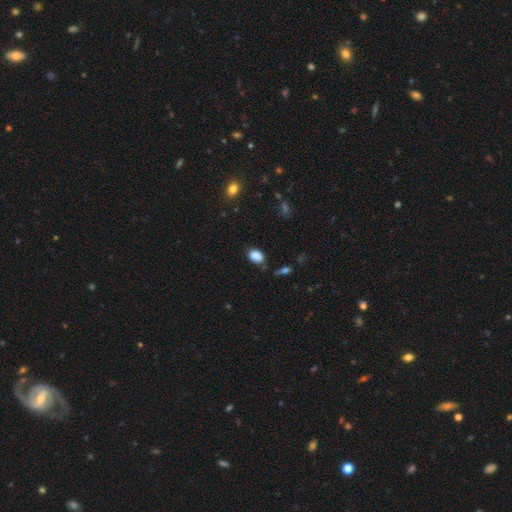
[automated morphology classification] Smooth or featured? Predicted: smooth (p=0.85). How rounded? Predicted: in between (p=0.80). Merging? Predicted: none (p=0.69).